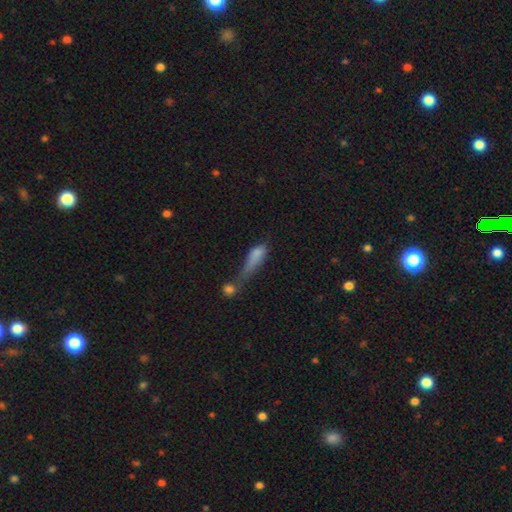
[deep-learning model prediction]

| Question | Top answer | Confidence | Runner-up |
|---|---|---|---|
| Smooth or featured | smooth | 72% | featured or disk (17%) |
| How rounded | in between | 59% | cigar-shaped (34%) |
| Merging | merger | 35% | major disturbance (30%) |